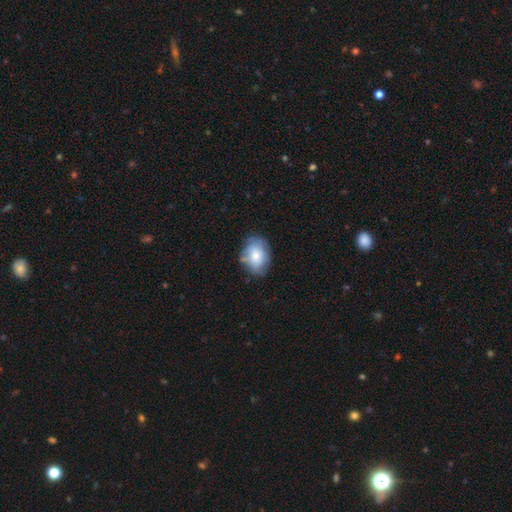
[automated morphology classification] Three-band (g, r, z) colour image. It shows a smooth galaxy with no disk features (73%) that is in between round and cigar-shaped (73%). Merging: none (68%).